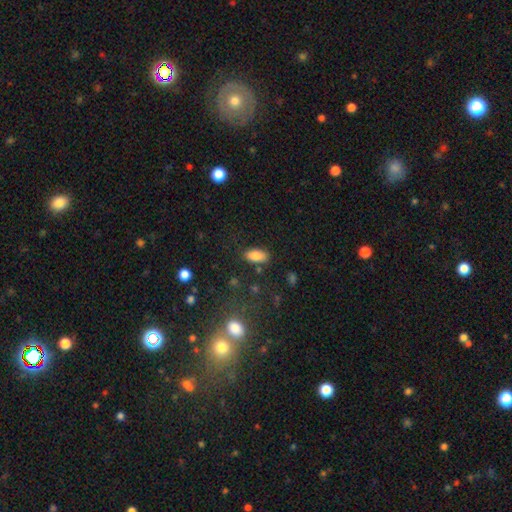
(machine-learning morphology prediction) Q: Smooth or featured?
A: smooth (84%); runner-up: star or artifact (9%)
Q: How rounded?
A: in between (91%); runner-up: cigar-shaped (6%)
Q: Merging?
A: none (82%); runner-up: minor disturbance (12%)